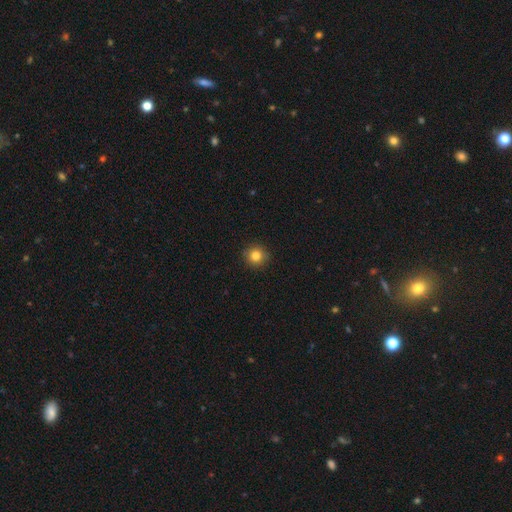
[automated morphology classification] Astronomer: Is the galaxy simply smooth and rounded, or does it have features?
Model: smooth — 82%.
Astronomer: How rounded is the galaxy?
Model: round — 94%.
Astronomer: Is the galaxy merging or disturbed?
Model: none — 92%.